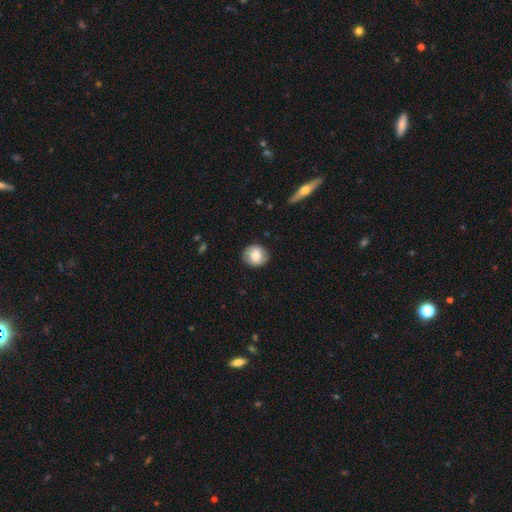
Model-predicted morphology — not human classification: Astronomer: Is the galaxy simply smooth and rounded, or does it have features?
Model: smooth — 76%.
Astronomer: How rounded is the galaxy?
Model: round — 85%.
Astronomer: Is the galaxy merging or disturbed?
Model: none — 87%.